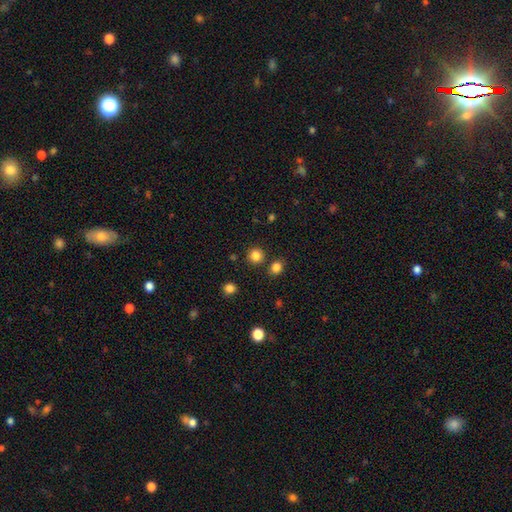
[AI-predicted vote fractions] This appears to be a smooth galaxy with no disk features (84%) that is round (92%). Merging: none (84%).